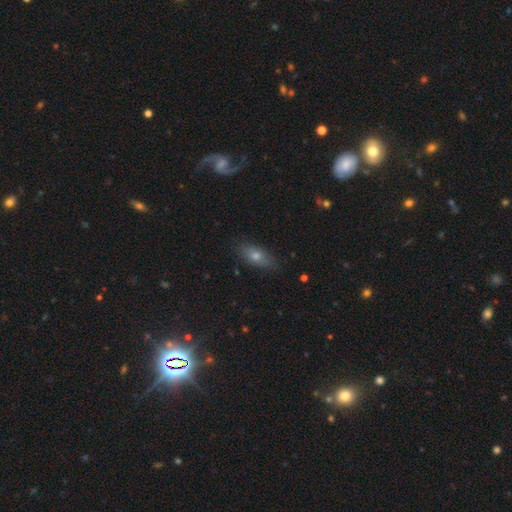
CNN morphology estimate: A smooth galaxy with no disk features (52%) that is in between round and cigar-shaped (75%). Merging: none (81%).